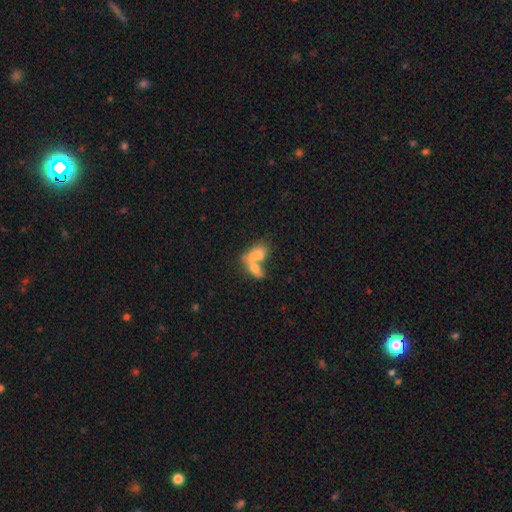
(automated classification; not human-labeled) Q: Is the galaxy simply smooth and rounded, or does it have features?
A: smooth — 73%.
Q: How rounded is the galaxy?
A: in between — 84%.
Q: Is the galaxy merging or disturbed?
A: merger — 69%.